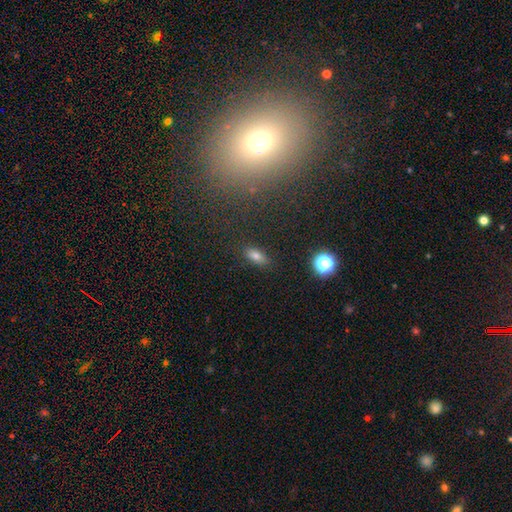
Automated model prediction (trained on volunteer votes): Overall: smooth (74%). How rounded: in between (80%). Merging: none (85%).